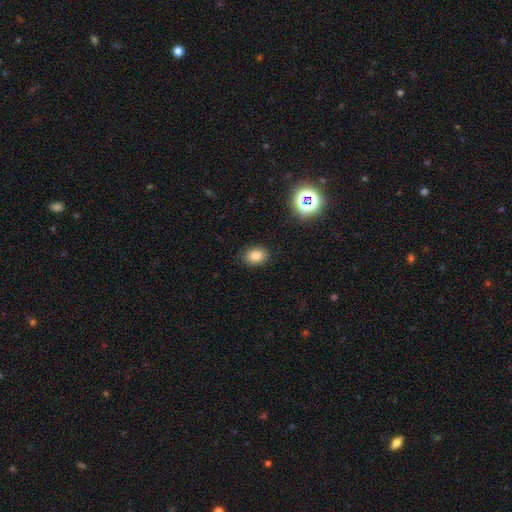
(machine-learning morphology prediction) smooth-or-featured: smooth: 80% | star or artifact: 13% | featured or disk: 7%
  how-rounded: in between: 69% | round: 30% | cigar-shaped: 1%
  merging: none: 88% | minor disturbance: 8% | major disturbance: 2% | merger: 1%